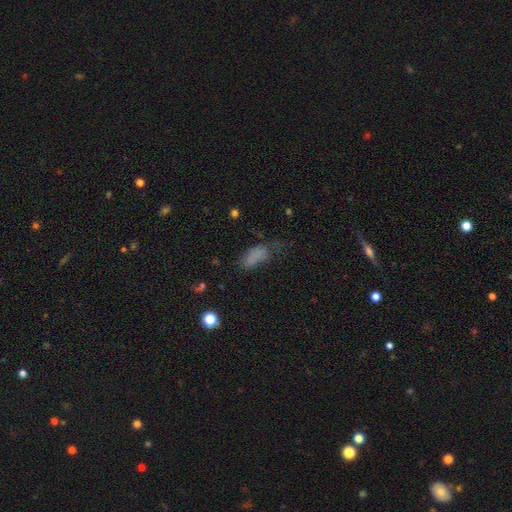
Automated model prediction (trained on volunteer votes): This appears to be a smooth galaxy with no disk features (68%) that is in between round and cigar-shaped (80%). Merging: none (33%).